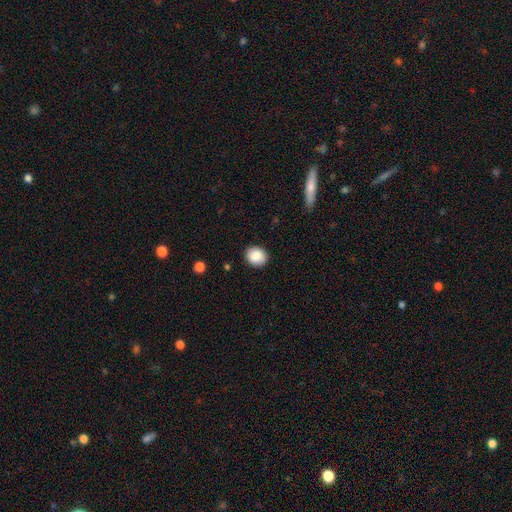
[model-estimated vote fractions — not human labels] Smooth or featured: smooth — 86% (star or artifact — 8%)
How rounded: round — 61% (in between — 38%)
Merging: none — 90% (minor disturbance — 7%)